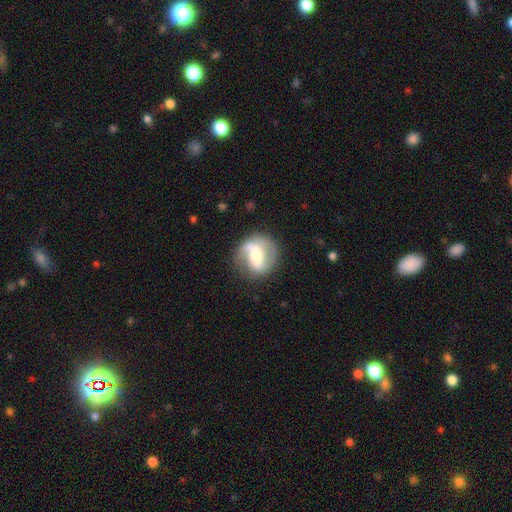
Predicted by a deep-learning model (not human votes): This is likely a featured or disk galaxy (78%). It is clearly not viewed edge-on (97%). Bar: marginally weak (42%). Spiral arm pattern: clearly yes (92%). Spiral arm count: likely 2 (78%). Spiral winding: marginally medium (45%). Central bulge: possibly moderate (59%). Merging: likely none (77%).